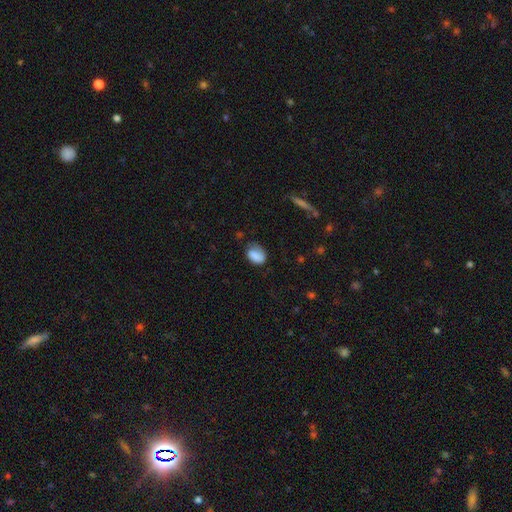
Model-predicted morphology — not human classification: Q: Smooth or featured?
A: smooth (80%); runner-up: featured or disk (12%)
Q: How rounded?
A: in between (77%); runner-up: round (21%)
Q: Merging?
A: none (55%); runner-up: minor disturbance (31%)